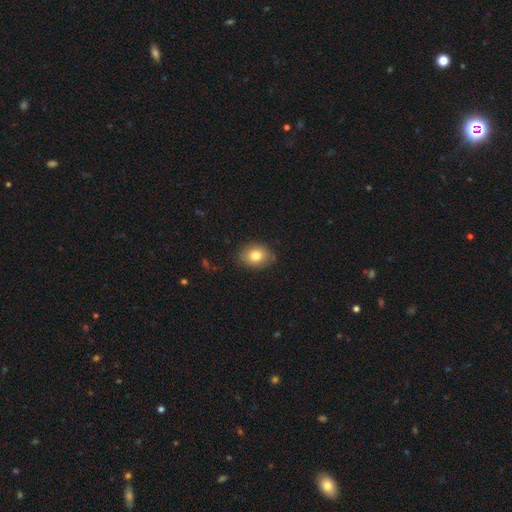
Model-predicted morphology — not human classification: The model was most divided on "how rounded": in between: 61%, round: 38%, cigar-shaped: 1%. More confident: merging — none (81%); smooth or featured — smooth (80%).